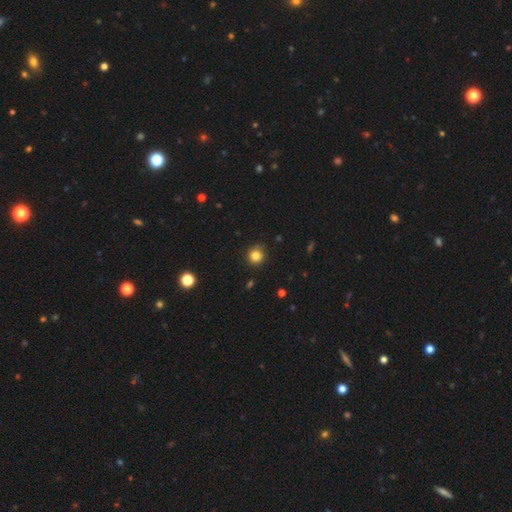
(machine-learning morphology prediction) Overall: smooth (82%). How rounded: round (92%). Merging: none (88%).